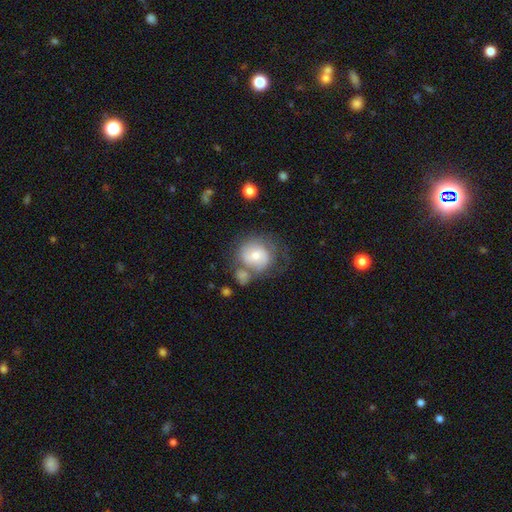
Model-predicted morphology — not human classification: Smooth or featured? Predicted: smooth (p=0.48). Merging? Predicted: none (p=0.41).